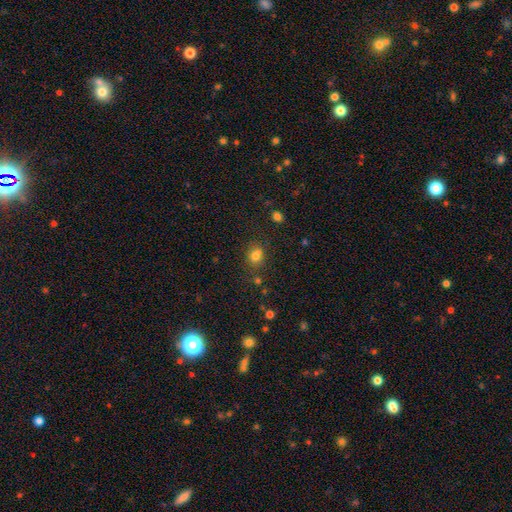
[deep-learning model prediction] A smooth galaxy with no disk features (74%) that is round (71%). Merging: none (62%).